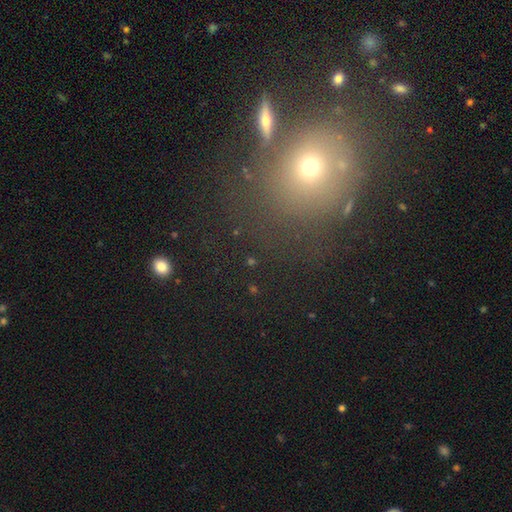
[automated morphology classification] Smooth or featured? Predicted: smooth (p=0.50). How rounded? Predicted: round (p=0.70). Merging? Predicted: none (p=0.73).